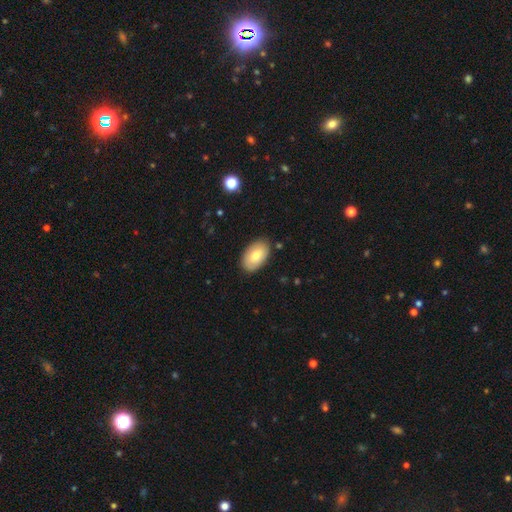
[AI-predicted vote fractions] This appears to be a smooth galaxy with no disk features (76%) that is in between round and cigar-shaped (94%). Merging: none (86%).